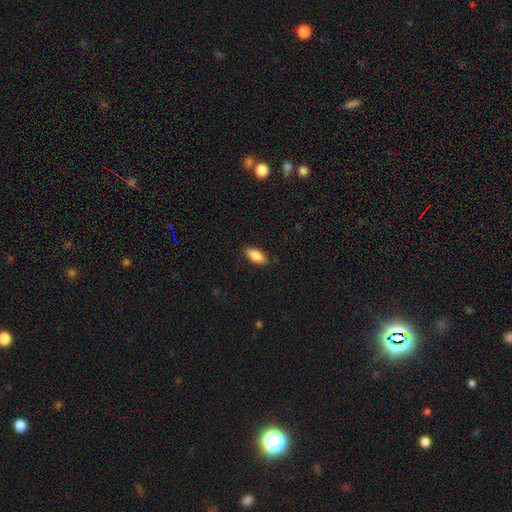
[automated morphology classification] Overall: smooth (87%). How rounded: in between (86%). Merging: none (86%).